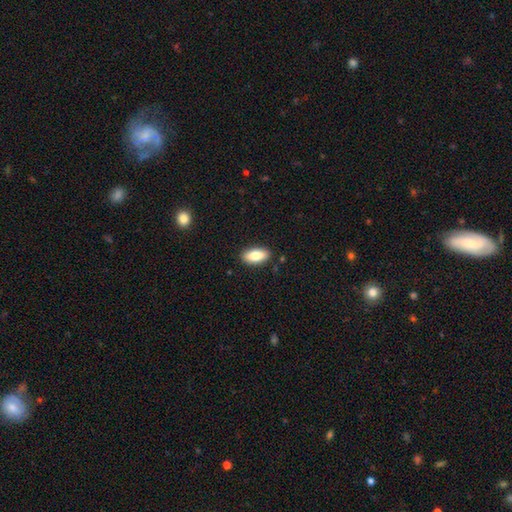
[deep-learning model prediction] Smooth or featured? Predicted: smooth (p=0.83). How rounded? Predicted: in between (p=0.89). Merging? Predicted: none (p=0.88).